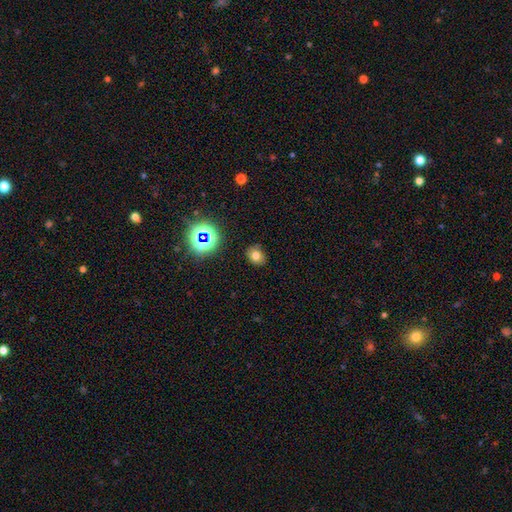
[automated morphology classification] type=smooth (71%); roundness=round (55%); merging=none (86%).